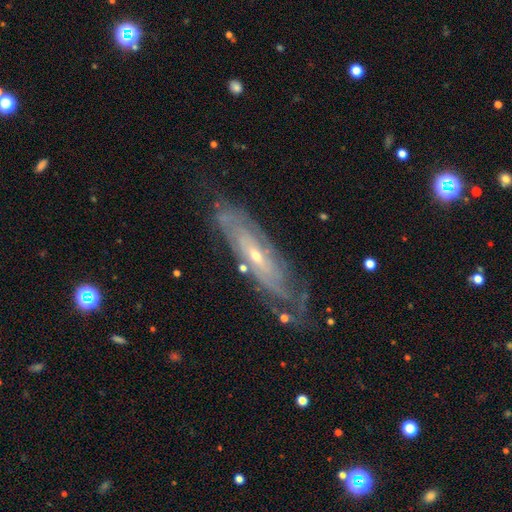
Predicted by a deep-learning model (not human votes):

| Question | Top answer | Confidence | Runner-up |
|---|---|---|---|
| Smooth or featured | featured or disk | 80% | smooth (13%) |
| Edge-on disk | no | 74% | yes (26%) |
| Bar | no | 65% | weak (26%) |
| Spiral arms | yes | 86% | no (14%) |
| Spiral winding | tight | 69% | medium (24%) |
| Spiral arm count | can't tell | 62% | 2 (18%) |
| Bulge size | small | 72% | moderate (25%) |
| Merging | none | 72% | minor disturbance (19%) |